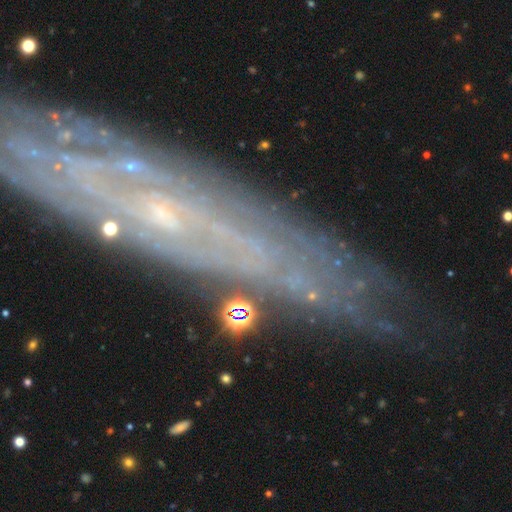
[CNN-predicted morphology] Q: Smooth or featured?
A: featured or disk (61%); runner-up: star or artifact (21%)
Q: Edge-on disk?
A: no (70%); runner-up: yes (30%)
Q: Merging?
A: none (71%); runner-up: minor disturbance (18%)